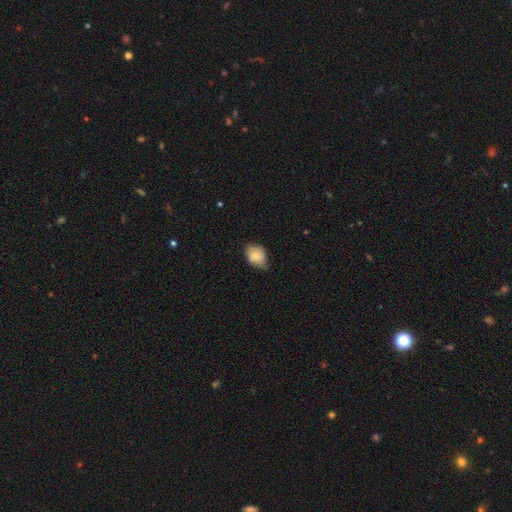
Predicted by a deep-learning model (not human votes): The model was most divided on "merging": none: 49%, minor disturbance: 42%, major disturbance: 8%, merger: 1%. More confident: smooth or featured — smooth (79%); how rounded — in between (56%).